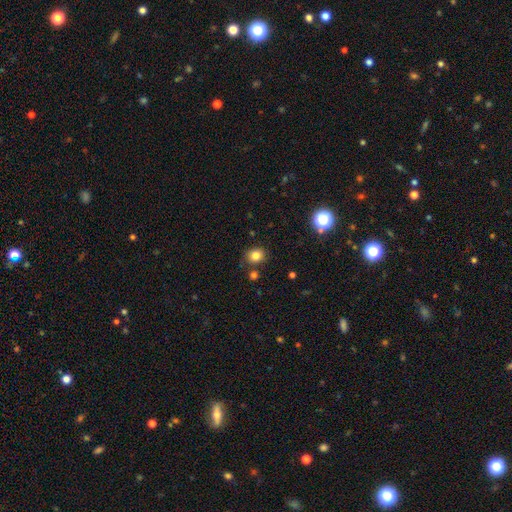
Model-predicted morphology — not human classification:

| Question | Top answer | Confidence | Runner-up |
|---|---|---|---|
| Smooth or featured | smooth | 82% | star or artifact (12%) |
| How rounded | round | 69% | in between (30%) |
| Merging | none | 80% | minor disturbance (11%) |